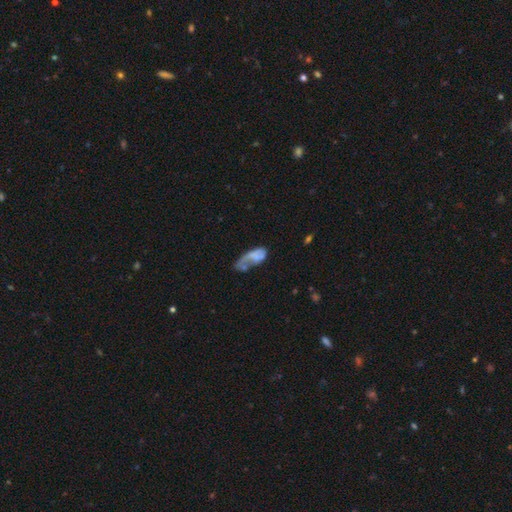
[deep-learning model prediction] smooth-or-featured: smooth: 50% | featured or disk: 41% | star or artifact: 9%
  how-rounded: in between: 85% | cigar-shaped: 11% | round: 4%
  merging: major disturbance: 41% | none: 23% | minor disturbance: 22% | merger: 13%